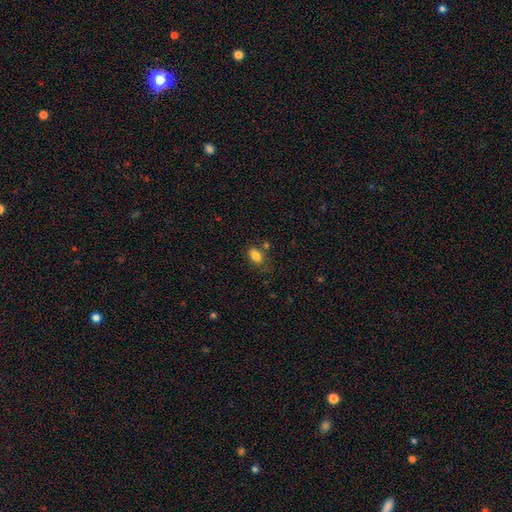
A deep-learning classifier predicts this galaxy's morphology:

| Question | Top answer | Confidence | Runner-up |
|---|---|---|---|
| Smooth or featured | smooth | 84% | star or artifact (10%) |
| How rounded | in between | 86% | round (12%) |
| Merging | none | 69% | minor disturbance (18%) |